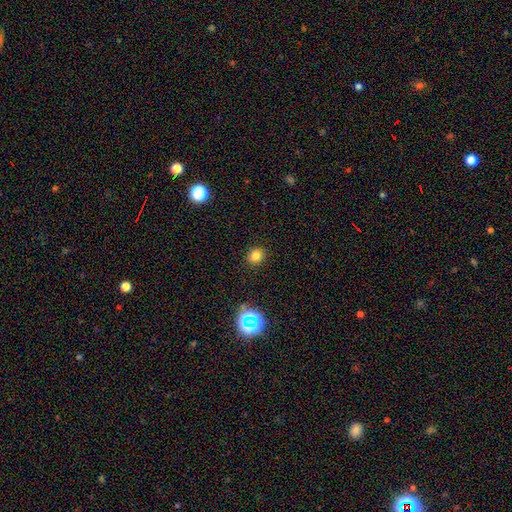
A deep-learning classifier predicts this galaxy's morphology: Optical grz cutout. It shows a smooth galaxy with no disk features (78%) that is round (78%). Merging: none (89%).